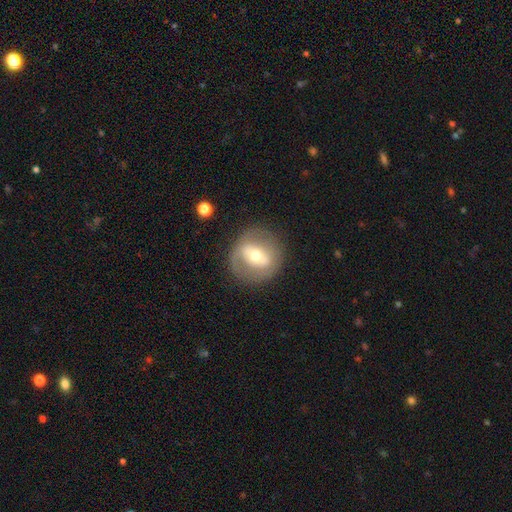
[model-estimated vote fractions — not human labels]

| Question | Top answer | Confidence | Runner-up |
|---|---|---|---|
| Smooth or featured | featured or disk | 58% | smooth (35%) |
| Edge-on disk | no | 92% | yes (8%) |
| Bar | strong | 44% | weak (32%) |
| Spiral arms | no | 63% | yes (37%) |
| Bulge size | moderate | 63% | small (26%) |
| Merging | none | 78% | minor disturbance (13%) |